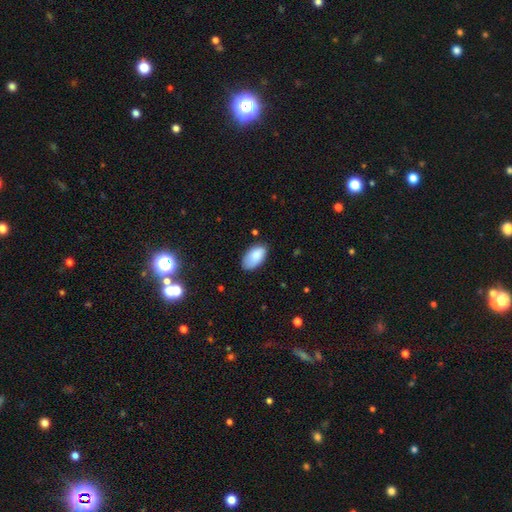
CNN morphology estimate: A smooth galaxy with no disk features (84%) that is in between round and cigar-shaped (95%).

Vote fractions:
- Smooth or featured? smooth: 84% / featured or disk: 9% / star or artifact: 7%
- How rounded? in between: 95% / round: 3% / cigar-shaped: 1%
- Merging? none: 75% / minor disturbance: 20% / major disturbance: 4% / merger: 1%